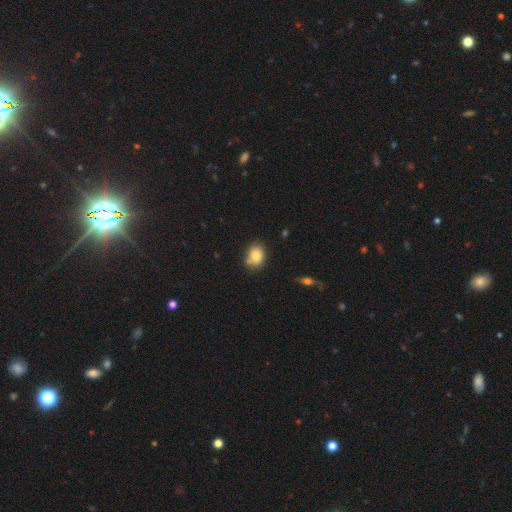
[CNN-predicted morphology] smooth-or-featured: smooth: 81% | featured or disk: 10% | star or artifact: 9%
  how-rounded: round: 52% | in between: 47% | cigar-shaped: 1%
  merging: none: 67% | minor disturbance: 20% | merger: 9% | major disturbance: 4%